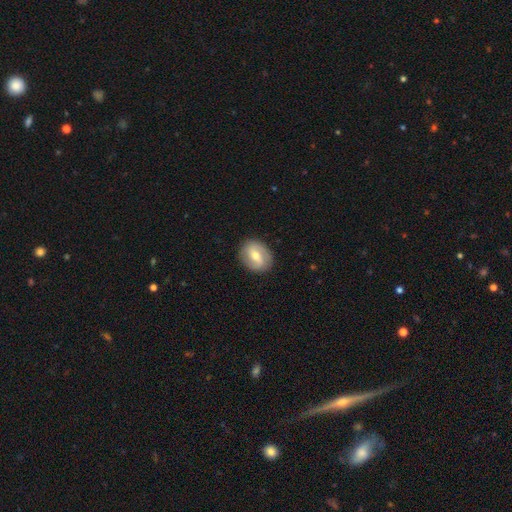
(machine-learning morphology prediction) smooth-or-featured: featured or disk: 47% | smooth: 46% | star or artifact: 7%
  merging: none: 86% | minor disturbance: 10% | major disturbance: 3% | merger: 1%